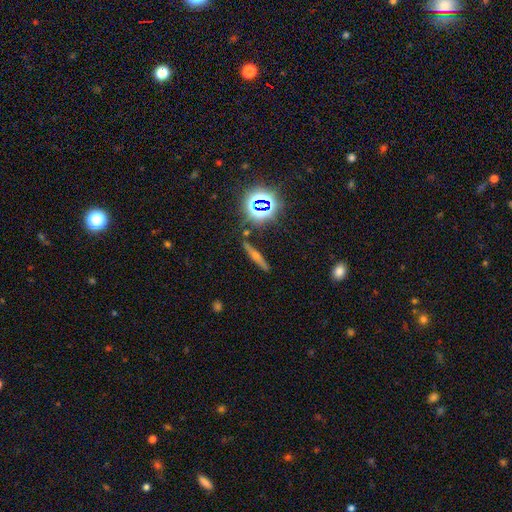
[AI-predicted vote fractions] smooth-or-featured: featured or disk: 53% | star or artifact: 24% | smooth: 23%
  disk-edge-on: yes: 93% | no: 7%
  merging: none: 88% | minor disturbance: 8% | merger: 2% | major disturbance: 2%